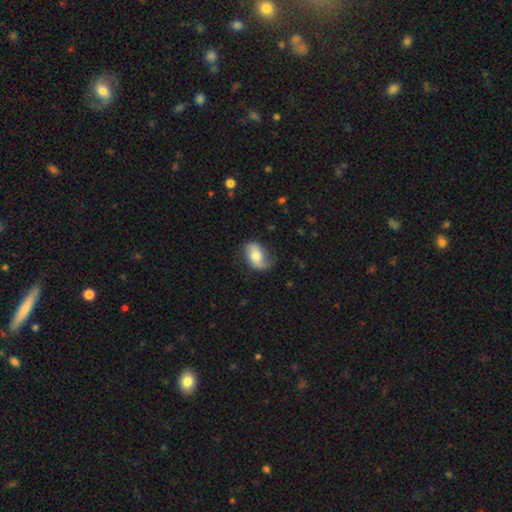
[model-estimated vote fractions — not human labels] A smooth galaxy with no disk features (49%).

Vote fractions:
- Smooth or featured? smooth: 49% / featured or disk: 44% / star or artifact: 8%
- Merging? none: 65% / minor disturbance: 25% / major disturbance: 9% / merger: 1%